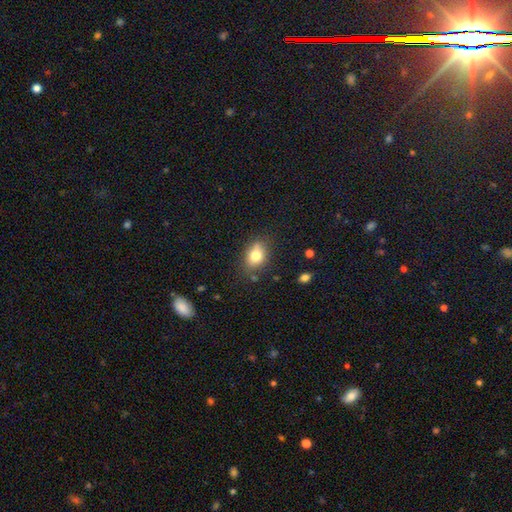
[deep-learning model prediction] Smooth or featured: smooth — 76% (featured or disk — 14%)
How rounded: in between — 73% (round — 25%)
Merging: none — 71% (minor disturbance — 20%)